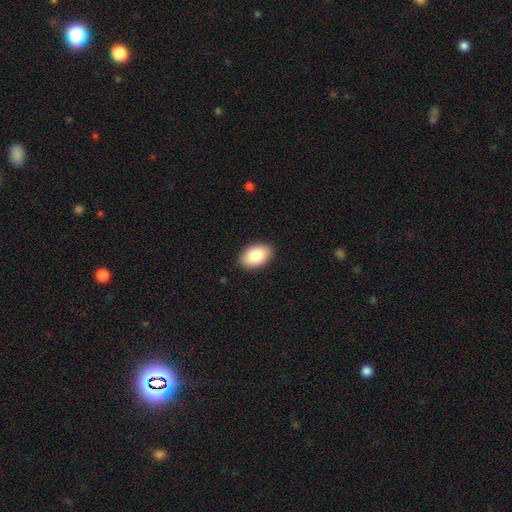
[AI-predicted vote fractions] This appears to be a smooth galaxy with no disk features (86%) that is in between round and cigar-shaped (89%). Merging: none (89%).